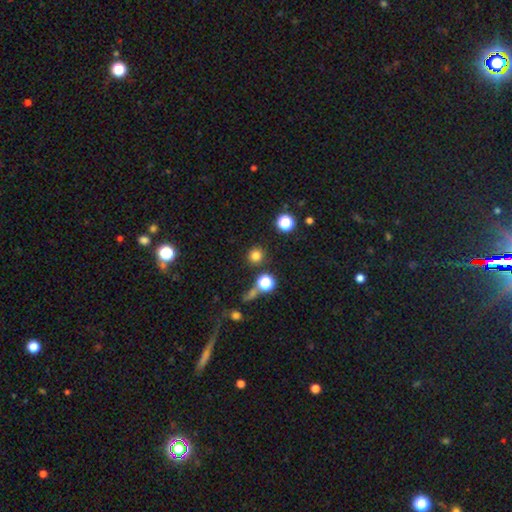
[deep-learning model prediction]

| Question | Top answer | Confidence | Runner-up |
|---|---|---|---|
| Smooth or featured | smooth | 77% | star or artifact (17%) |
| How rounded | round | 94% | in between (5%) |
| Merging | none | 85% | minor disturbance (7%) |